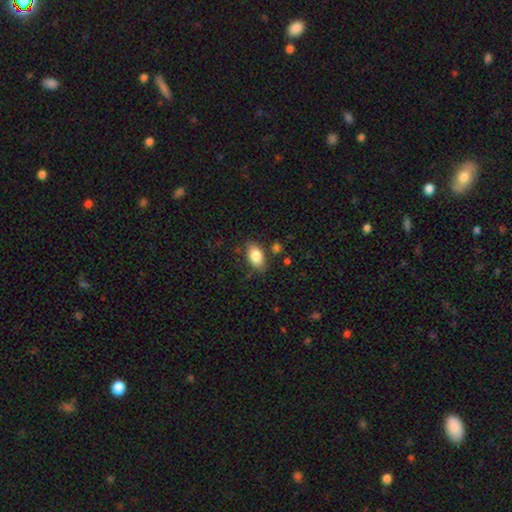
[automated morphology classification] Q: Smooth or featured?
A: smooth (84%); runner-up: featured or disk (9%)
Q: How rounded?
A: in between (91%); runner-up: round (7%)
Q: Merging?
A: none (79%); runner-up: minor disturbance (14%)